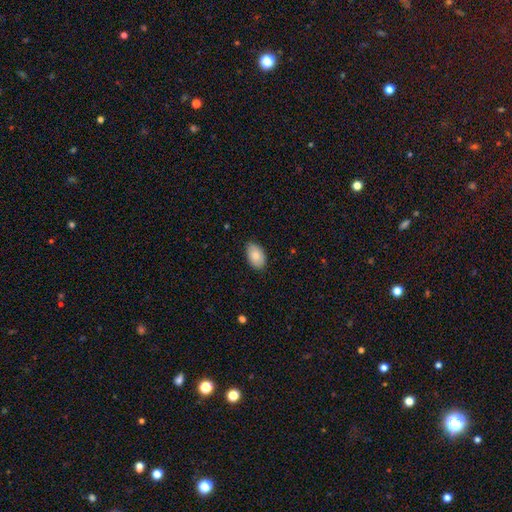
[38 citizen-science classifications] Q: Smooth or featured?
A: smooth (79%); runner-up: featured or disk (16%)
Q: How rounded?
A: in between (90%); runner-up: round (10%)
Q: Merging?
A: none (75%); runner-up: minor disturbance (22%)